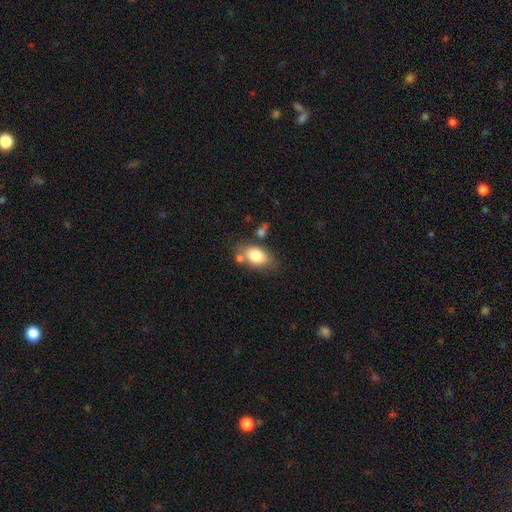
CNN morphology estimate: A smooth galaxy with no disk features (80%) that is in between round and cigar-shaped (86%).

Vote fractions:
- Smooth or featured? smooth: 80% / featured or disk: 13% / star or artifact: 7%
- How rounded? in between: 86% / round: 12% / cigar-shaped: 2%
- Merging? none: 60% / minor disturbance: 19% / merger: 14% / major disturbance: 6%